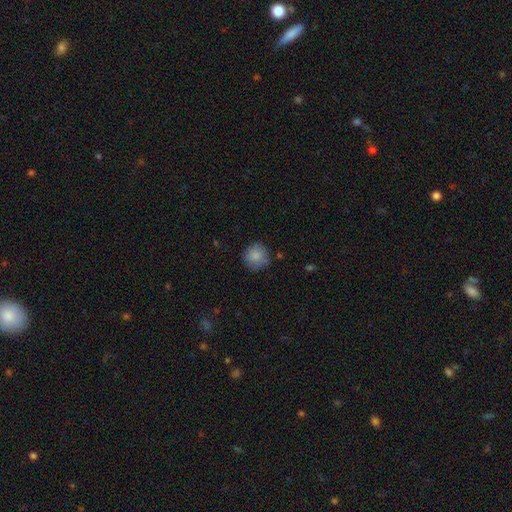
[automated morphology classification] Overall: smooth (85%). How rounded: round (90%). Merging: none (77%).